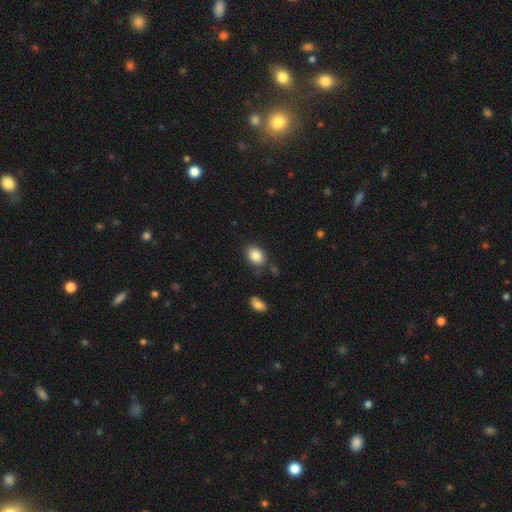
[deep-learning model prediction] Smooth or featured?
  - smooth: 86% *
  - star or artifact: 9%
  - featured or disk: 6%
How rounded?
  - in between: 67% *
  - round: 32%
  - cigar-shaped: 1%
Merging?
  - none: 80% *
  - minor disturbance: 13%
  - merger: 4%
  - major disturbance: 3%